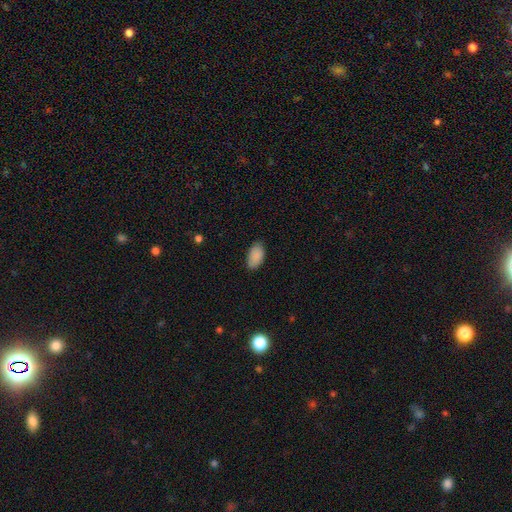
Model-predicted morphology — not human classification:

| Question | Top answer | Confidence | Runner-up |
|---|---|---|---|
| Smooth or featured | smooth | 89% | star or artifact (7%) |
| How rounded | in between | 94% | round (4%) |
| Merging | none | 81% | minor disturbance (16%) |